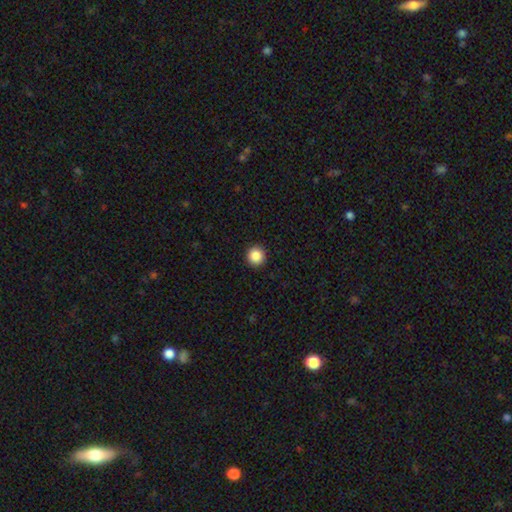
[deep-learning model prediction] Smooth or featured: smooth — 88% (star or artifact — 9%)
How rounded: round — 95% (in between — 4%)
Merging: none — 93% (minor disturbance — 4%)